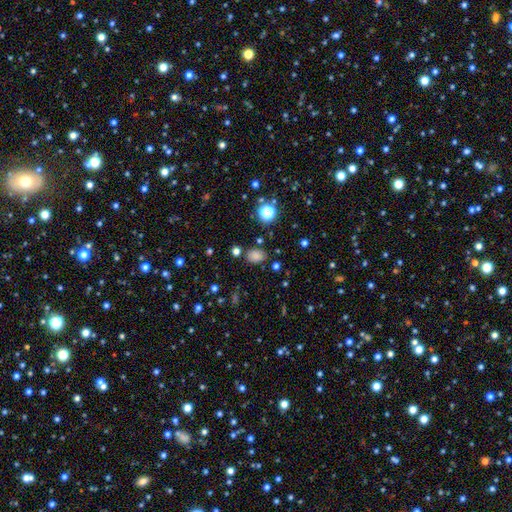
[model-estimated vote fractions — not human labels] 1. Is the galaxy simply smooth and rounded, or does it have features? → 77% smooth, 18% star or artifact, 5% featured or disk.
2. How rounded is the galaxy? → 71% in between, 28% round, 1% cigar-shaped.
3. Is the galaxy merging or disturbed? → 81% none, 12% minor disturbance, 4% merger, 3% major disturbance.